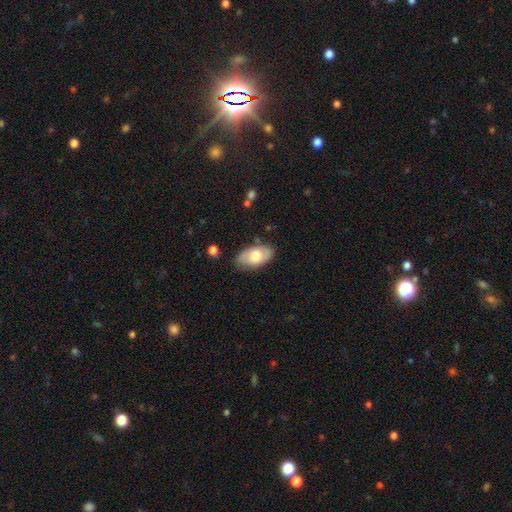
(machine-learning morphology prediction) smooth_or_featured: smooth (p=0.64) [alt: featured or disk p=0.30]
how_rounded: in between (p=0.94) [alt: round p=0.04]
merging: none (p=0.78) [alt: minor disturbance p=0.16]